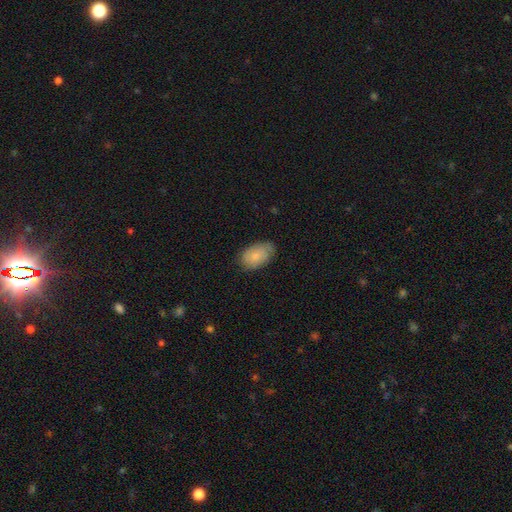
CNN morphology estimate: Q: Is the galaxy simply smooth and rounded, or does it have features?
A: smooth — 79%.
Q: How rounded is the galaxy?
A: in between — 93%.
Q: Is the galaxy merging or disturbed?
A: none — 74%.